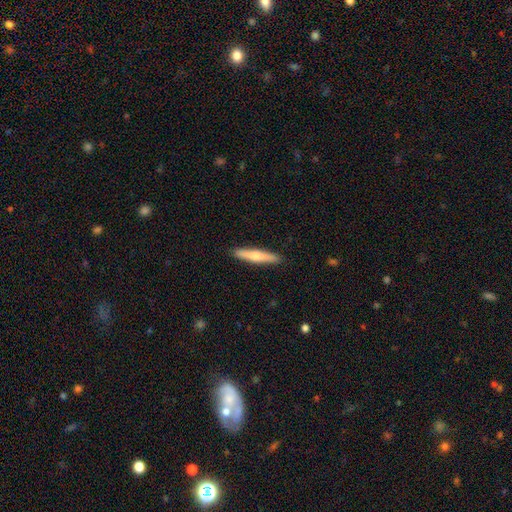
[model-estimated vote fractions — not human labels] smooth-or-featured: smooth: 60% | featured or disk: 35% | star or artifact: 5%
  how-rounded: cigar-shaped: 90% | in between: 9% | round: 1%
  merging: none: 90% | minor disturbance: 7% | major disturbance: 1% | merger: 1%